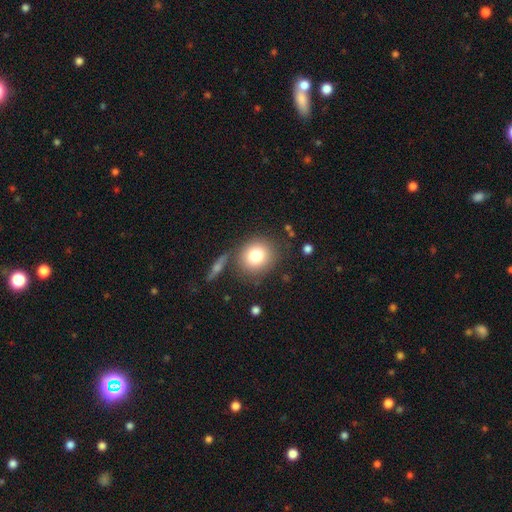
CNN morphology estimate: smooth 78%, featured or disk 11%, star or artifact 10%. Down the decision tree: how rounded — round (79%); merging — none (79%).